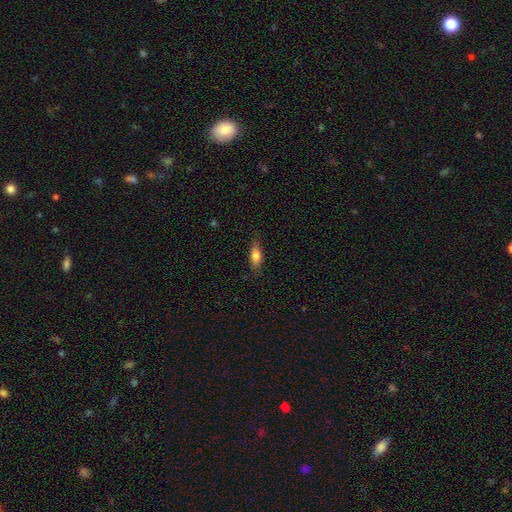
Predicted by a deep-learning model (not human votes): The model was most divided on "how rounded": in between: 65%, cigar-shaped: 31%, round: 3%. More confident: merging — none (80%); smooth or featured — smooth (75%).